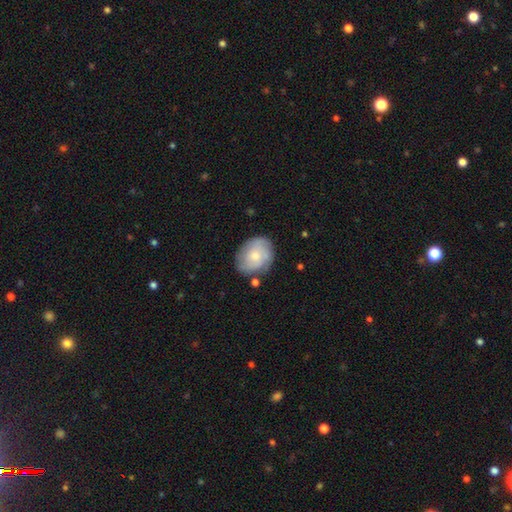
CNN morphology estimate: Q: Smooth or featured?
A: smooth (47%); runner-up: featured or disk (46%)
Q: Merging?
A: none (70%); runner-up: minor disturbance (20%)